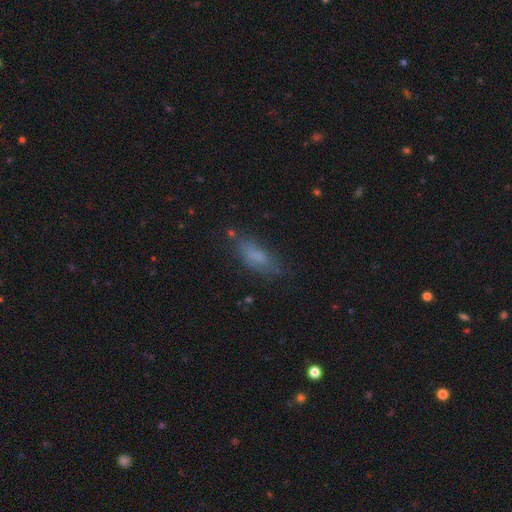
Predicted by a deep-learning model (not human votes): smooth-or-featured: smooth: 67% | featured or disk: 21% | star or artifact: 12%
  how-rounded: in between: 68% | cigar-shaped: 29% | round: 3%
  merging: none: 63% | minor disturbance: 23% | major disturbance: 10% | merger: 4%